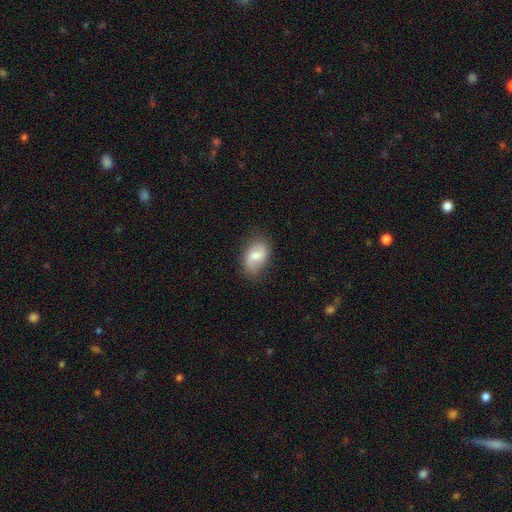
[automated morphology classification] Overall: smooth (67%). How rounded: in between (88%). Merging: none (73%).